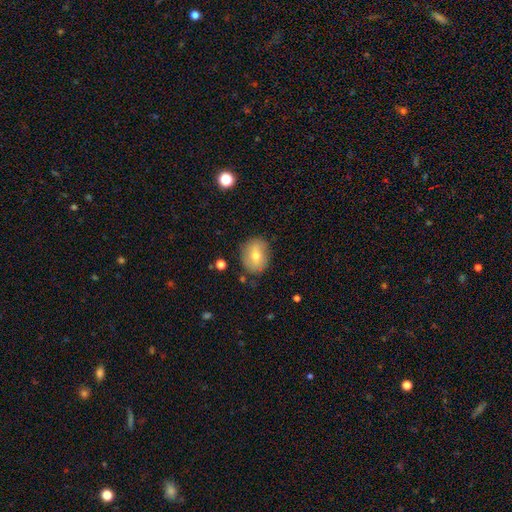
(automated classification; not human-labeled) Smooth or featured?
  - smooth: 69% *
  - featured or disk: 23%
  - star or artifact: 9%
How rounded?
  - round: 51% *
  - in between: 48%
  - cigar-shaped: 1%
Merging?
  - none: 79% *
  - minor disturbance: 15%
  - major disturbance: 4%
  - merger: 2%